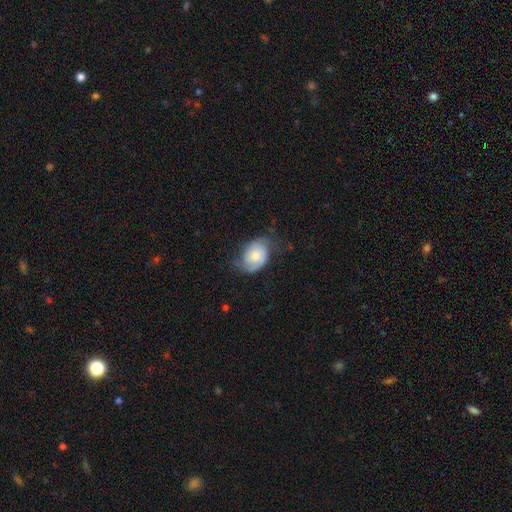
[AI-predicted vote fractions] A smooth galaxy with no disk features (51%) that is in between round and cigar-shaped (72%). Merging: none (50%).